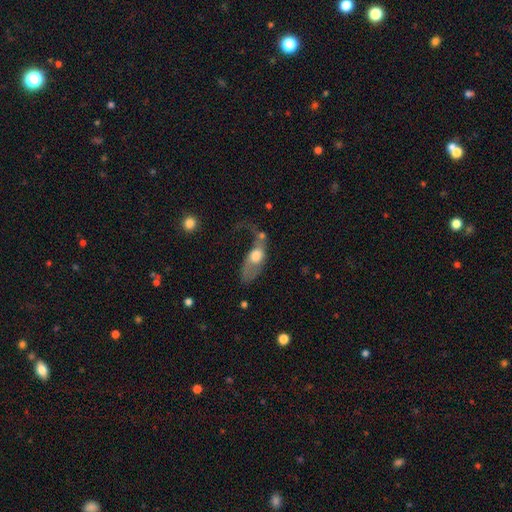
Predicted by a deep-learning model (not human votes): smooth_or_featured: smooth (p=0.50) [alt: featured or disk p=0.43]
merging: major disturbance (p=0.51) [alt: none p=0.17]